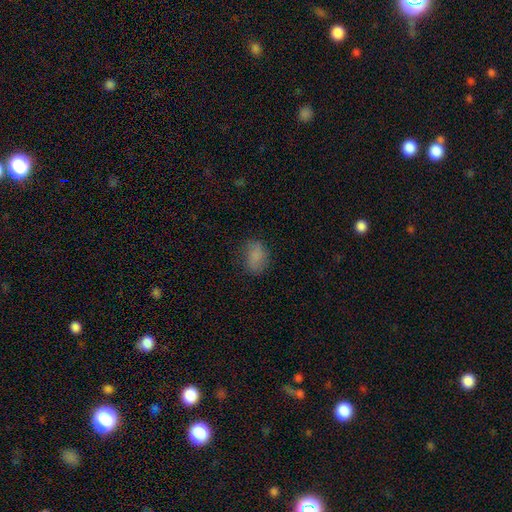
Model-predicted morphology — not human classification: Smooth or featured? Predicted: smooth (p=0.82). How rounded? Predicted: in between (p=0.76). Merging? Predicted: none (p=0.74).